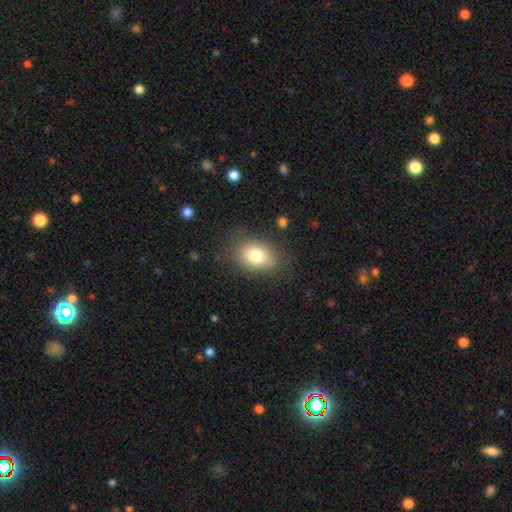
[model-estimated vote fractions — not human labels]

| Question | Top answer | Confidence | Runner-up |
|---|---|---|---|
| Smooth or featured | smooth | 78% | featured or disk (12%) |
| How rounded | in between | 75% | round (24%) |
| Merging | none | 80% | minor disturbance (14%) |